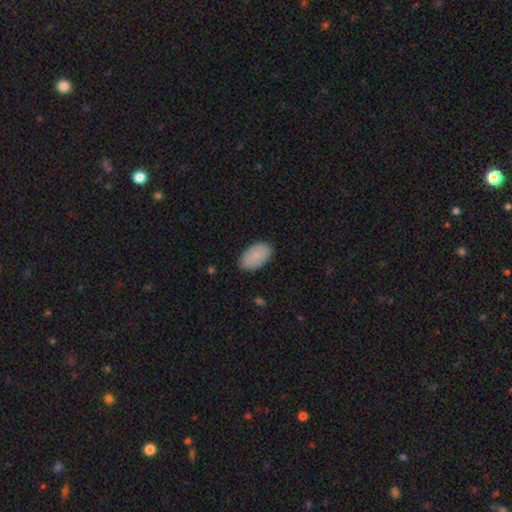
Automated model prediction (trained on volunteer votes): Smooth or featured?
  - smooth: 88% *
  - star or artifact: 6%
  - featured or disk: 6%
How rounded?
  - in between: 94% *
  - round: 5%
  - cigar-shaped: 1%
Merging?
  - none: 82% *
  - minor disturbance: 15%
  - major disturbance: 3%
  - merger: 1%